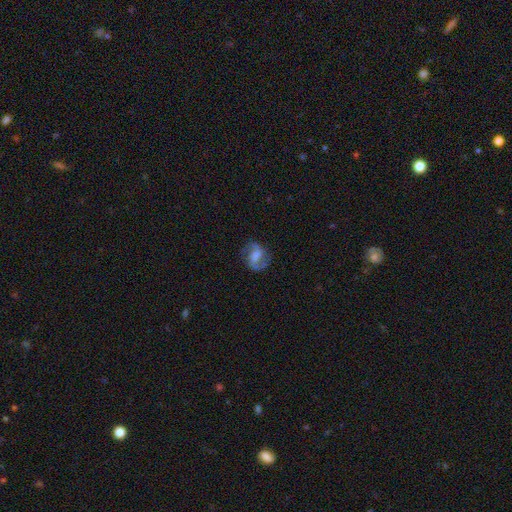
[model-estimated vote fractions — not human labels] Smooth or featured: featured or disk — 66% (smooth — 26%)
Edge-on disk: no — 97% (yes — 3%)
Bar: weak — 47% (no — 28%)
Spiral arms: yes — 87% (no — 13%)
Spiral winding: medium — 47% (loose — 37%)
Spiral arm count: 2 — 84% (can't tell — 7%)
Bulge size: moderate — 34% (small — 24%)
Merging: none — 68% (minor disturbance — 19%)